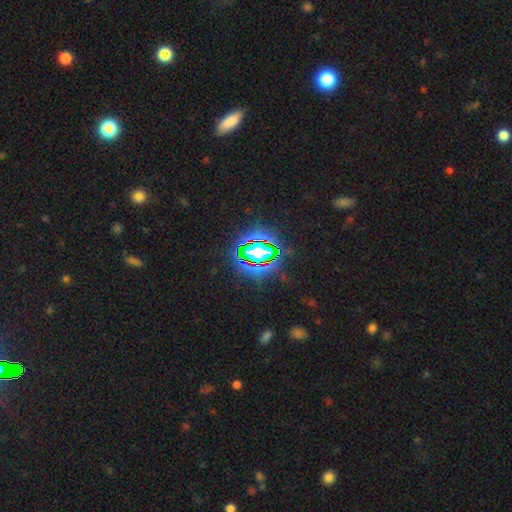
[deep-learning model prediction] The model was most divided on "smooth or featured": star or artifact: 81%, smooth: 12%, featured or disk: 7%.